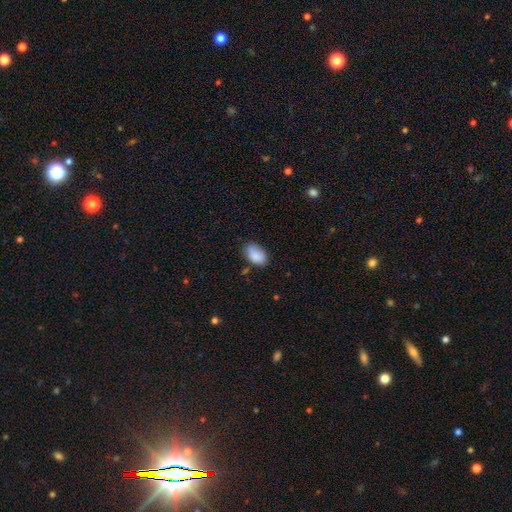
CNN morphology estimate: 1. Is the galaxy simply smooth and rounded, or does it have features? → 86% smooth, 7% star or artifact, 7% featured or disk.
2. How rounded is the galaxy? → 90% in between, 9% round, 1% cigar-shaped.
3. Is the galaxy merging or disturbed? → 67% none, 25% minor disturbance, 5% major disturbance, 3% merger.